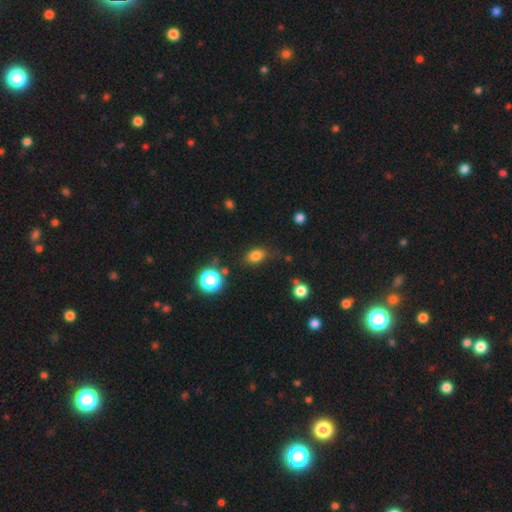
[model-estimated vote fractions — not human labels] Q: Smooth or featured?
A: smooth (79%); runner-up: star or artifact (13%)
Q: How rounded?
A: in between (75%); runner-up: round (23%)
Q: Merging?
A: none (71%); runner-up: minor disturbance (19%)